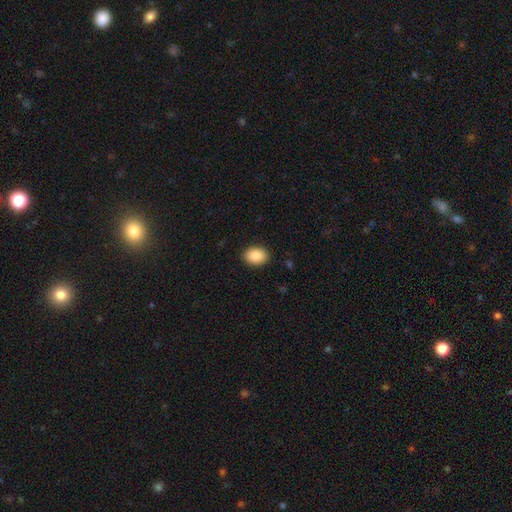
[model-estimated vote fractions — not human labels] A smooth galaxy with no disk features (88%) that is in between round and cigar-shaped (74%).

Vote fractions:
- Smooth or featured? smooth: 88% / star or artifact: 7% / featured or disk: 5%
- How rounded? in between: 74% / round: 25% / cigar-shaped: 1%
- Merging? none: 90% / minor disturbance: 7% / major disturbance: 2% / merger: 1%